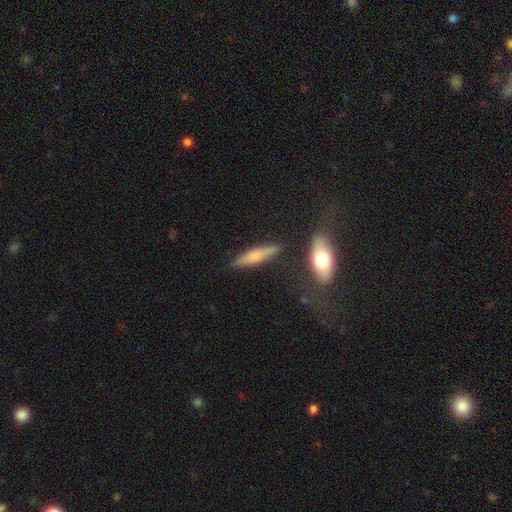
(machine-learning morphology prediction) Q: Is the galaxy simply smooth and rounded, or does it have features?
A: smooth — 57%.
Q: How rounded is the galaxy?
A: cigar-shaped — 81%.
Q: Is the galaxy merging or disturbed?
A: none — 79%.